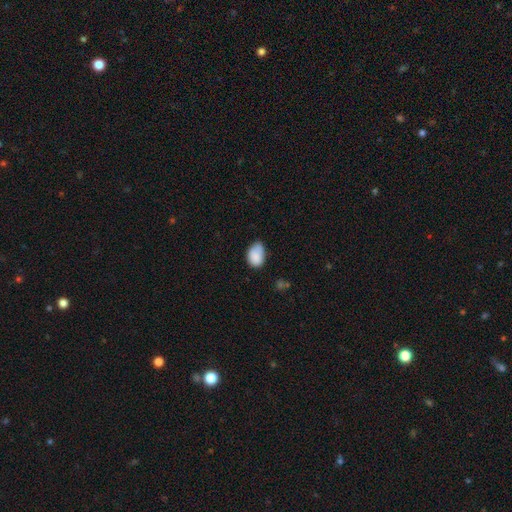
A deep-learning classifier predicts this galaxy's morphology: smooth-or-featured: smooth: 85% | star or artifact: 8% | featured or disk: 8%
  how-rounded: in between: 83% | round: 16% | cigar-shaped: 1%
  merging: none: 50% | minor disturbance: 38% | major disturbance: 8% | merger: 4%